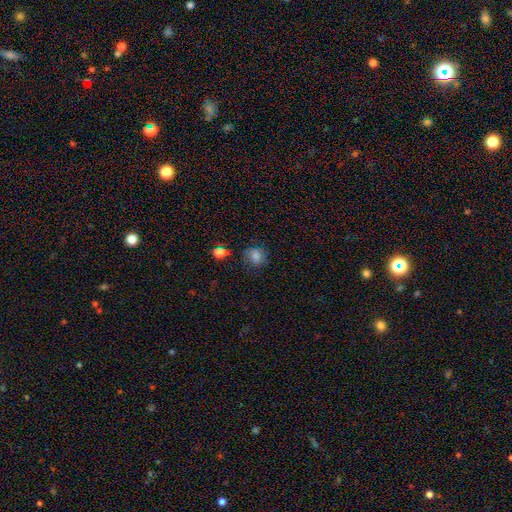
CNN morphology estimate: Smooth or featured? smooth (78%)
How rounded? round (69%)
Merging? none (75%)